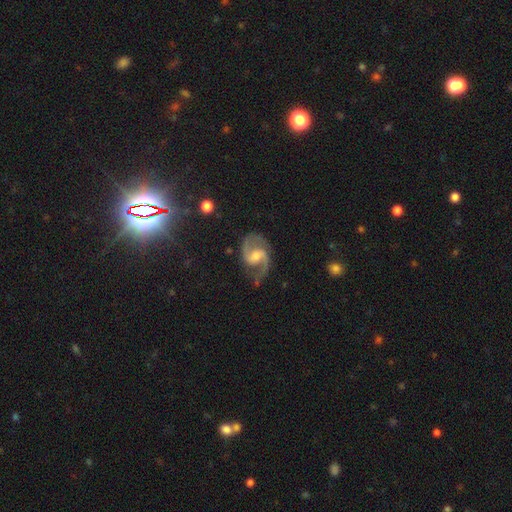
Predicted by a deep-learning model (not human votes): Smooth or featured? Predicted: featured or disk (p=0.91). Edge-on disk? Predicted: no (p=0.98). Bar? Predicted: weak (p=0.55). Spiral arms? Predicted: yes (p=0.98). Spiral winding? Predicted: medium (p=0.59). Spiral arm count? Predicted: 2 (p=0.93). Bulge size? Predicted: moderate (p=0.52). Merging? Predicted: none (p=0.74).